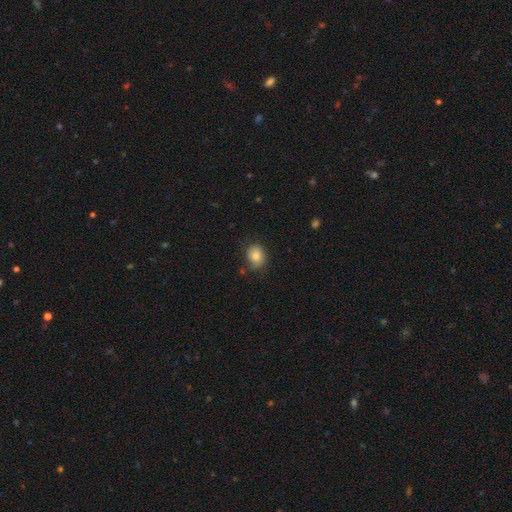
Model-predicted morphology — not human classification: A smooth galaxy with no disk features (82%) that is round (52%). Merging: none (76%).